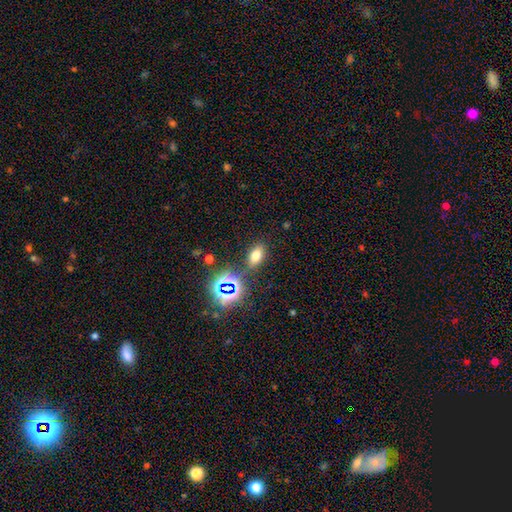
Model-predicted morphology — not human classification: Smooth or featured? smooth (64%)
How rounded? in between (83%)
Merging? none (81%)